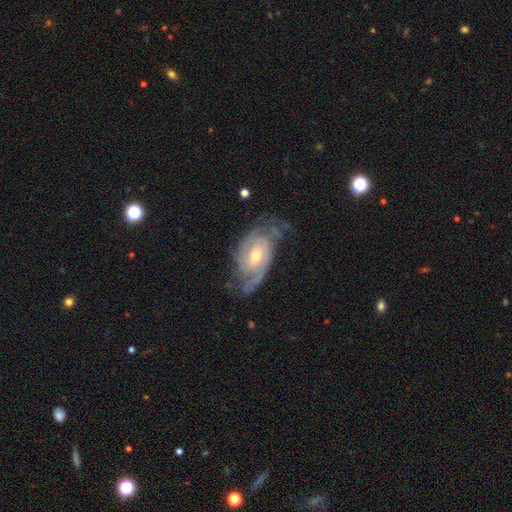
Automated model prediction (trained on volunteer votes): featured or disk 87%, smooth 8%, star or artifact 5%. Down the decision tree: edge-on disk — no (95%); bar — no (61%); spiral arms — yes (96%); spiral arm count — 2 (37%); spiral winding — tight (57%); bulge size — small (50%); merging — none (67%).